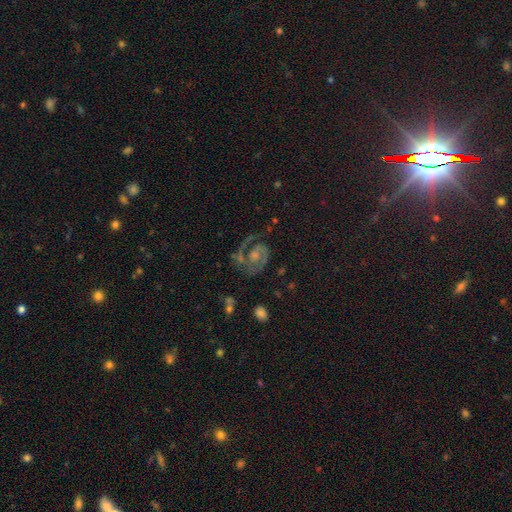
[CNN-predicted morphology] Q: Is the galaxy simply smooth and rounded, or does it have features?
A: featured or disk — 77%.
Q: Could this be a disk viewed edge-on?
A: no — 98%.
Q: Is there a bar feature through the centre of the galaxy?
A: no — 70%.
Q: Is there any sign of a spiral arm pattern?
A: yes — 87%.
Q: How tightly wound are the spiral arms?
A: medium — 42%.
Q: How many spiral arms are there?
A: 1 — 48%.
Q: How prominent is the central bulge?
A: moderate — 45%.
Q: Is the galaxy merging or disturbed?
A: none — 49%.